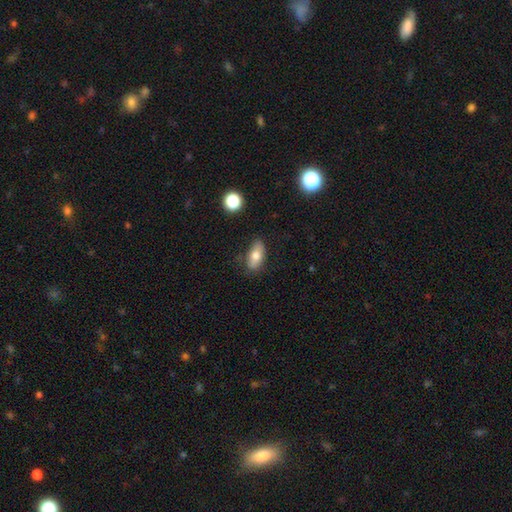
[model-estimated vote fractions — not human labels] Morphology: type=smooth (75%); roundness=in between (84%); merging=none (78%).